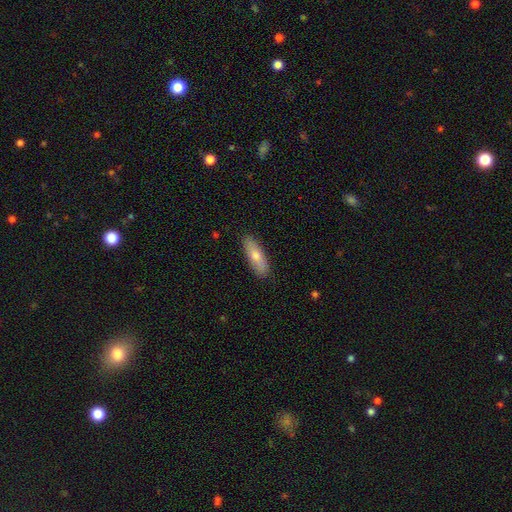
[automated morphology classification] Overall: smooth (62%; featured or disk 31%). How rounded: cigar-shaped (53%; in between 45%). Merging: none (88%).